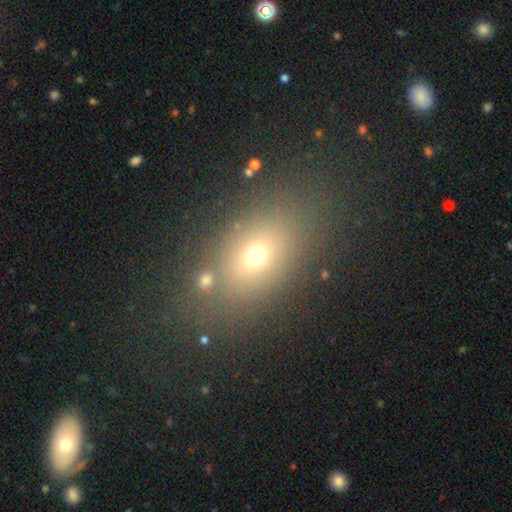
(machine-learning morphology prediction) A smooth galaxy with no disk features (63%) that is in between round and cigar-shaped (71%). Merging: none (76%).